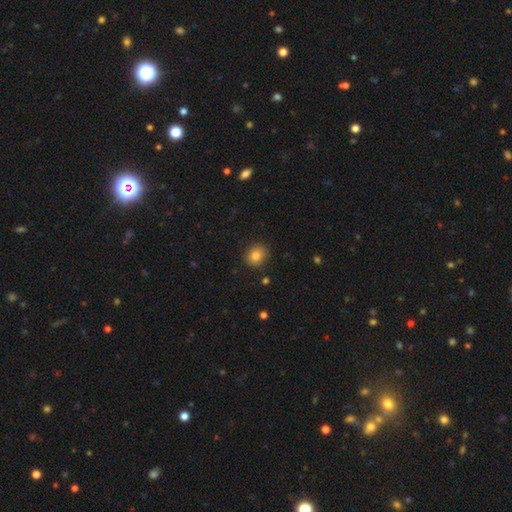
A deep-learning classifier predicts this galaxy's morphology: Smooth or featured: smooth — 83% (star or artifact — 11%)
How rounded: round — 77% (in between — 22%)
Merging: none — 88% (minor disturbance — 9%)